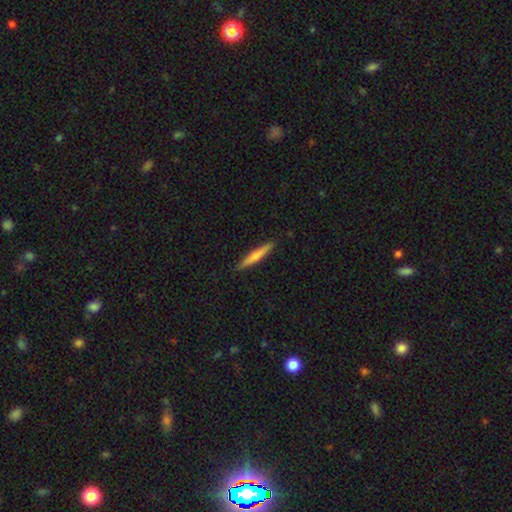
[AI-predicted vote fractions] Smooth or featured? Predicted: smooth (p=0.65). How rounded? Predicted: cigar-shaped (p=0.94). Merging? Predicted: none (p=0.90).